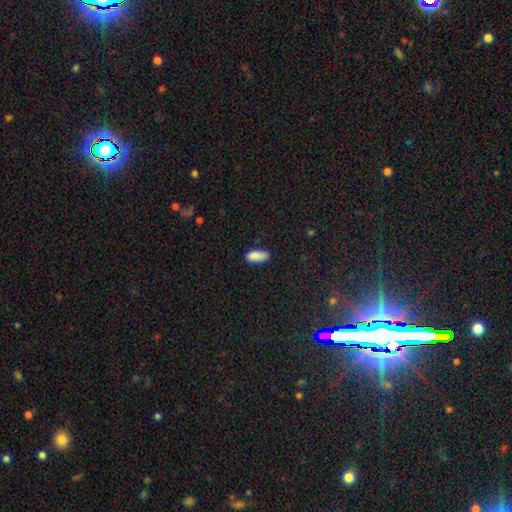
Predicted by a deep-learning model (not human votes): Smooth or featured: smooth — 88% (star or artifact — 8%)
How rounded: in between — 85% (cigar-shaped — 13%)
Merging: none — 74% (minor disturbance — 21%)